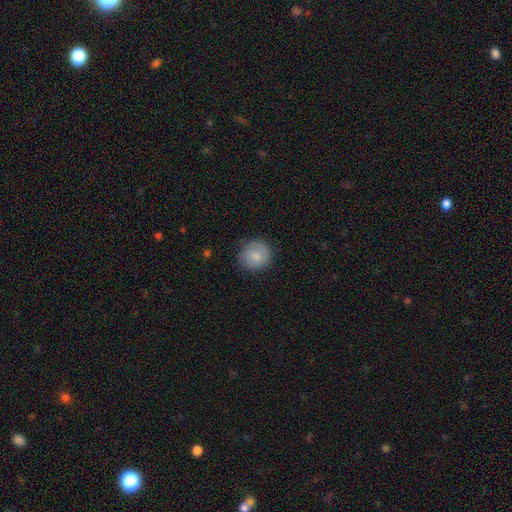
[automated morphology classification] Q: Smooth or featured?
A: smooth (76%); runner-up: featured or disk (17%)
Q: How rounded?
A: round (90%); runner-up: in between (9%)
Q: Merging?
A: none (76%); runner-up: minor disturbance (18%)